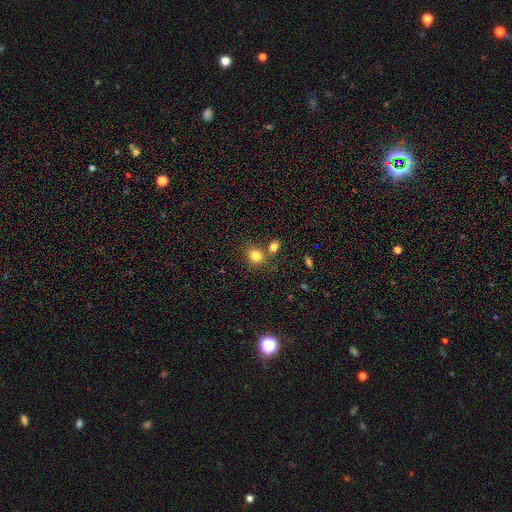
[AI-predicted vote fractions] Overall: smooth (81%). How rounded: round (63%; in between 36%). Merging: none (62%; merger 25%).